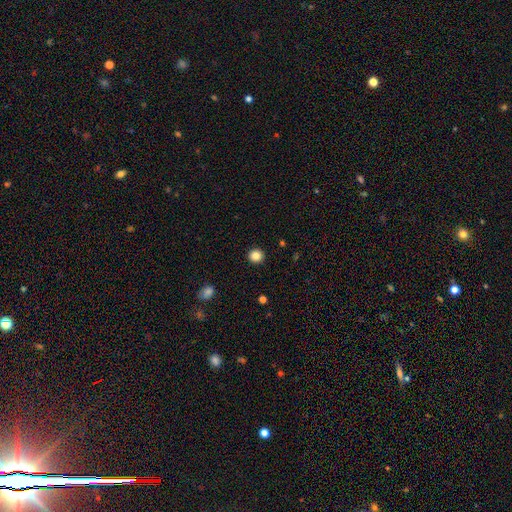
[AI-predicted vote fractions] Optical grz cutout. It shows a smooth galaxy with no disk features (85%) that is round (92%). Merging: none (93%).